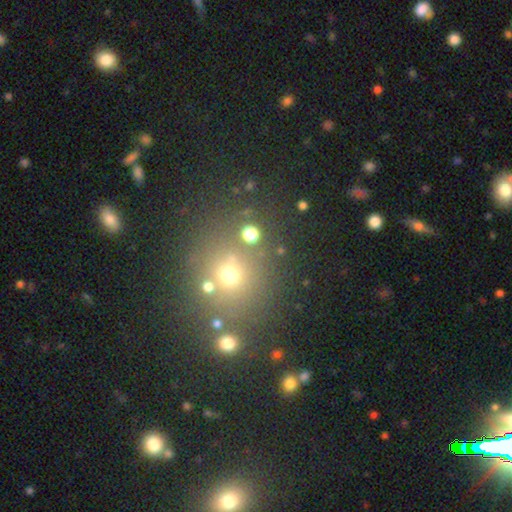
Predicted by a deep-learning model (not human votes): Smooth or featured?
  - smooth: 45% *
  - star or artifact: 43%
  - featured or disk: 11%
Merging?
  - none: 75% *
  - merger: 12%
  - minor disturbance: 9%
  - major disturbance: 4%